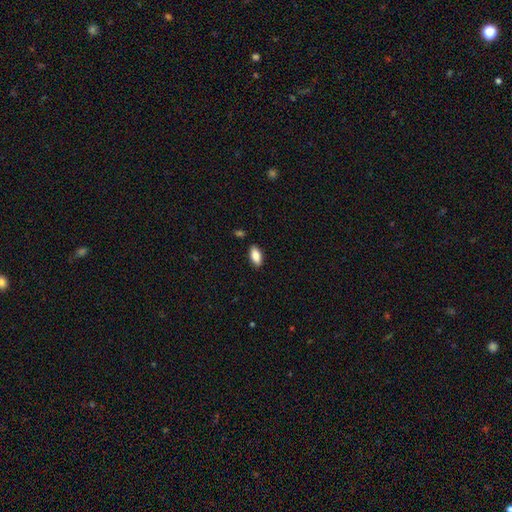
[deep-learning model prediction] Q: Smooth or featured?
A: smooth (85%); runner-up: featured or disk (8%)
Q: How rounded?
A: in between (89%); runner-up: cigar-shaped (8%)
Q: Merging?
A: none (87%); runner-up: minor disturbance (9%)